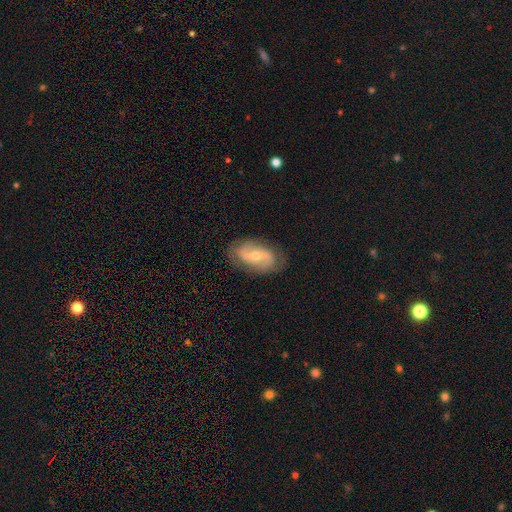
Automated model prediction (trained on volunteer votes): smooth_or_featured: featured or disk (p=0.76) [alt: smooth p=0.17]
disk_edge_on: no (p=0.94) [alt: yes p=0.06]
bar: weak (p=0.42) [alt: no p=0.37]
has_spiral_arms: yes (p=0.88) [alt: no p=0.12]
spiral_winding: medium (p=0.42) [alt: loose p=0.33]
spiral_arm_count: 2 (p=0.85) [alt: can't tell p=0.09]
bulge_size: moderate (p=0.53) [alt: small p=0.44]
merging: none (p=0.81) [alt: minor disturbance p=0.14]